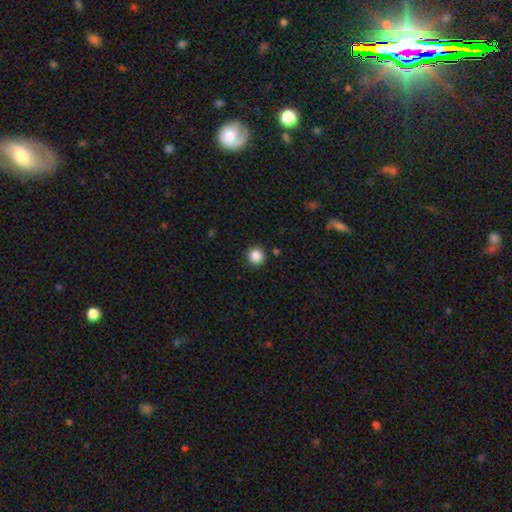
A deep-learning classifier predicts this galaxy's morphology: type=smooth (86%); roundness=round (94%); merging=none (90%).